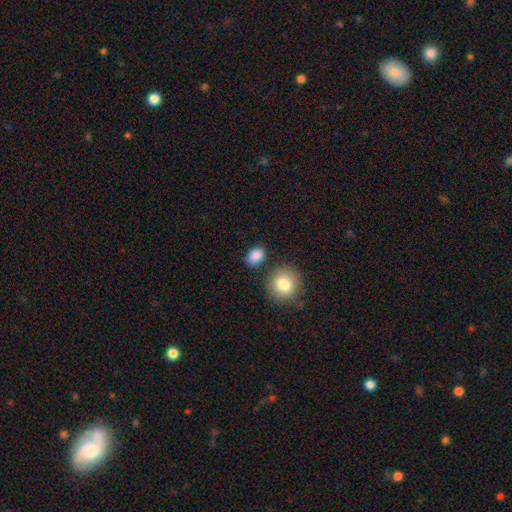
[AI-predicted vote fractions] Overall: smooth (87%). How rounded: in between (74%). Merging: none (78%).